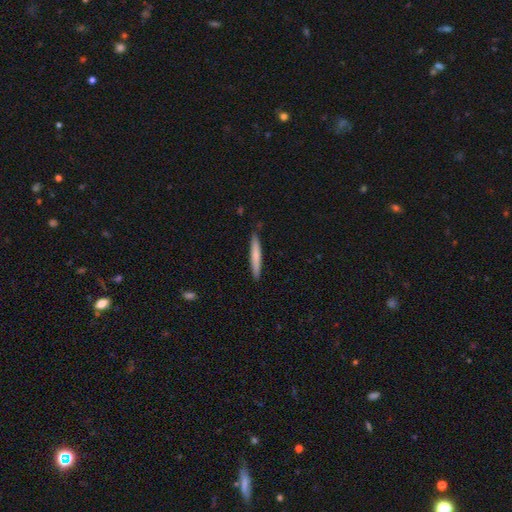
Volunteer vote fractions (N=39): Overall: smooth (69%). How rounded: cigar-shaped (93%). Merging: none (89%).